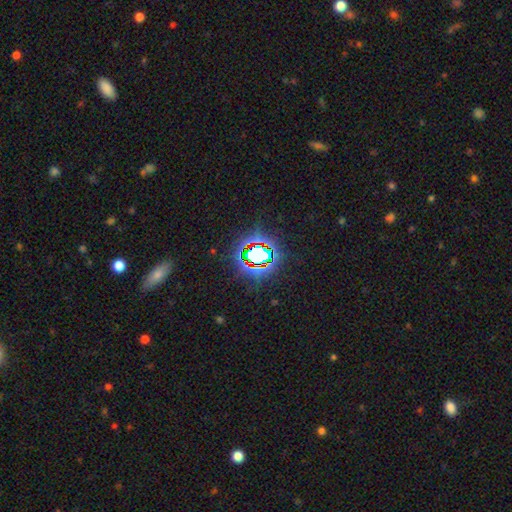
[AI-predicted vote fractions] smooth_or_featured: star or artifact (p=0.73) [alt: smooth p=0.16]